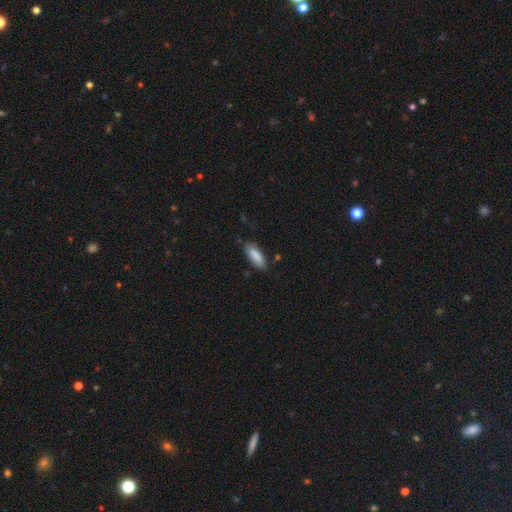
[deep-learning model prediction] smooth_or_featured: smooth (p=0.87) [alt: featured or disk p=0.07]
how_rounded: in between (p=0.71) [alt: cigar-shaped p=0.27]
merging: none (p=0.76) [alt: minor disturbance p=0.18]